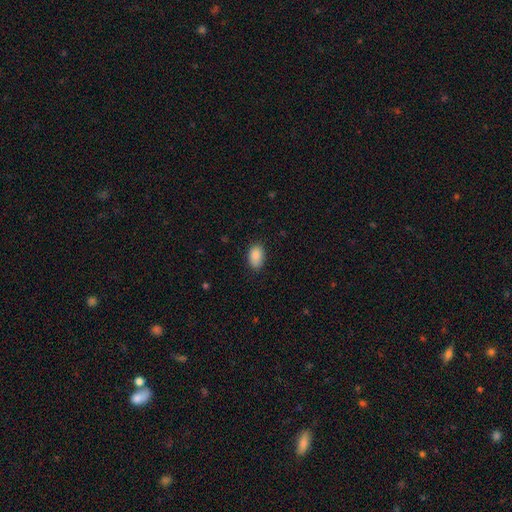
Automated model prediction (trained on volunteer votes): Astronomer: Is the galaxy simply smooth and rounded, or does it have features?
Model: smooth — 89%.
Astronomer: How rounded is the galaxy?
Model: in between — 89%.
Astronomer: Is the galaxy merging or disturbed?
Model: none — 83%.